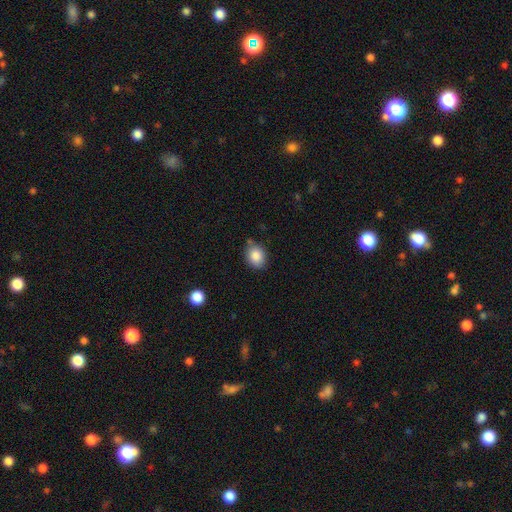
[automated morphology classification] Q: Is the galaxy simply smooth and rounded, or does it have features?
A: smooth — 86%.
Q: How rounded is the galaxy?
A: in between — 50%.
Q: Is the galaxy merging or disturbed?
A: none — 73%.